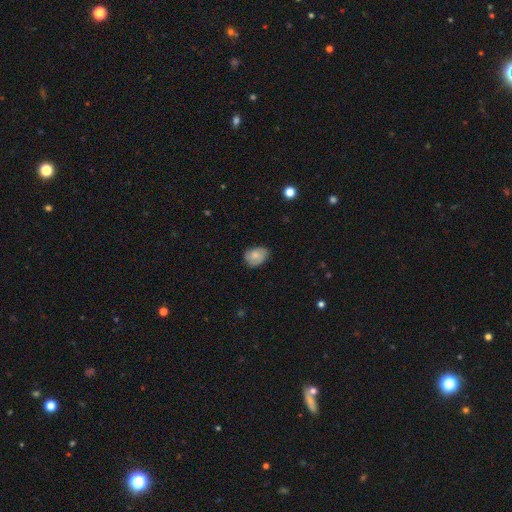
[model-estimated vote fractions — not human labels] Overall: smooth (69%). How rounded: in between (70%). Merging: none (68%).